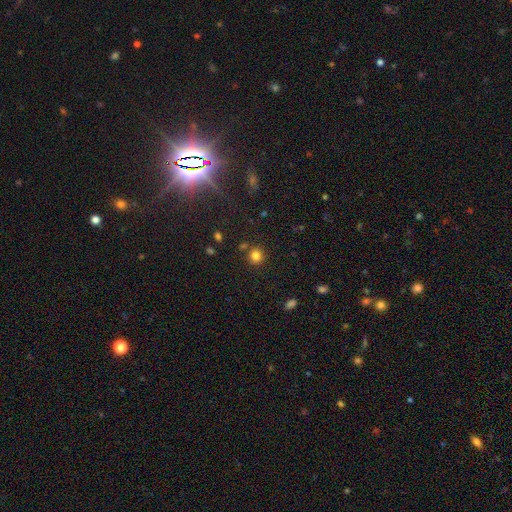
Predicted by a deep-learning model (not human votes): A smooth galaxy with no disk features (81%) that is round (92%).

Vote fractions:
- Smooth or featured? smooth: 81% / star or artifact: 14% / featured or disk: 6%
- How rounded? round: 92% / in between: 7% / cigar-shaped: 1%
- Merging? none: 84% / minor disturbance: 7% / merger: 6% / major disturbance: 2%